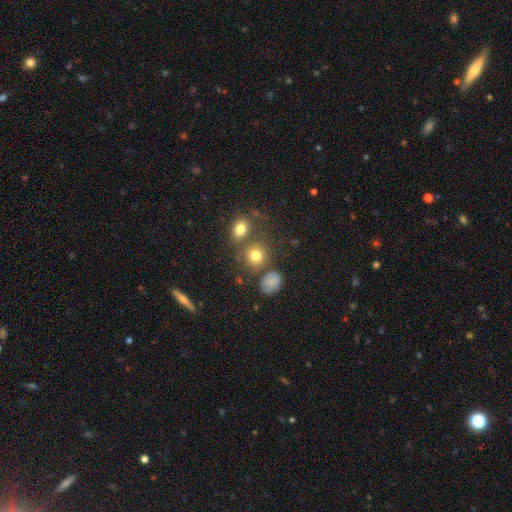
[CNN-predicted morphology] Overall: smooth (76%). How rounded: round (79%). Merging: none (64%).